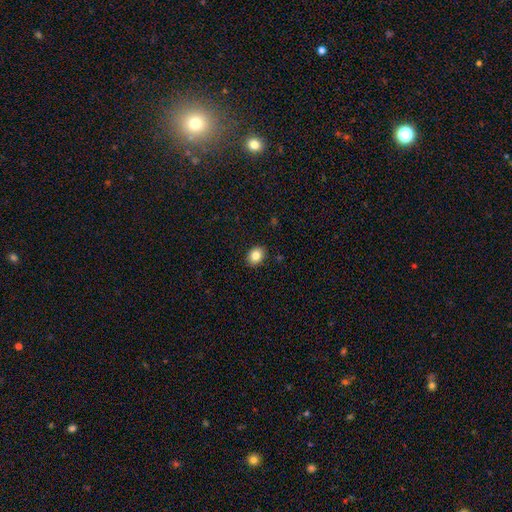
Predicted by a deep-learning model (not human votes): Morphology: type=smooth (84%); roundness=in between (50%); merging=none (90%).